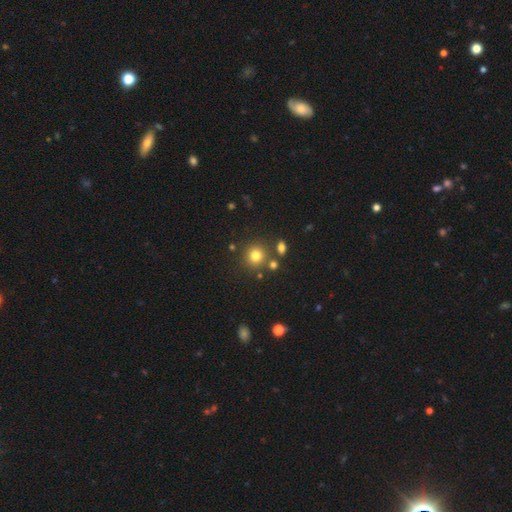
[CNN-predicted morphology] A smooth galaxy with no disk features (77%) that is round (91%). Merging: none (80%).